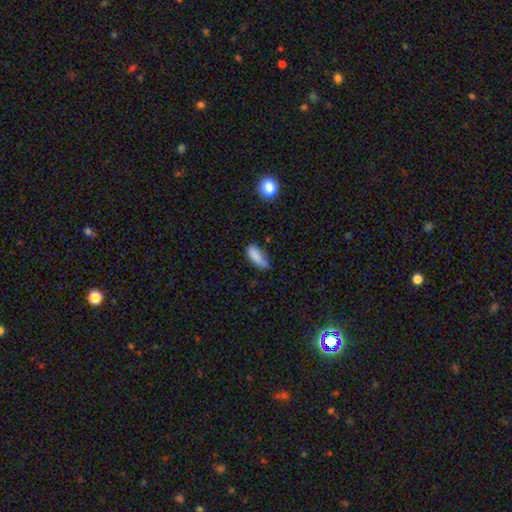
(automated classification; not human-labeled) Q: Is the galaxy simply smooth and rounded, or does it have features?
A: smooth — 84%.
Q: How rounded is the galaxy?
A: in between — 77%.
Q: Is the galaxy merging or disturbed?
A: none — 50%.